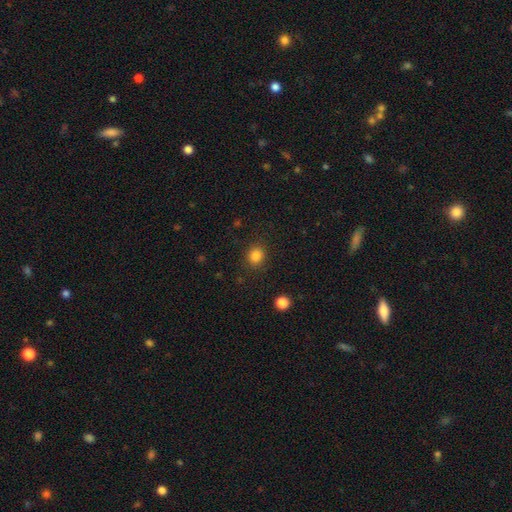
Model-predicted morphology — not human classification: Smooth or featured: smooth — 85% (star or artifact — 11%)
How rounded: round — 77% (in between — 22%)
Merging: none — 88% (minor disturbance — 8%)